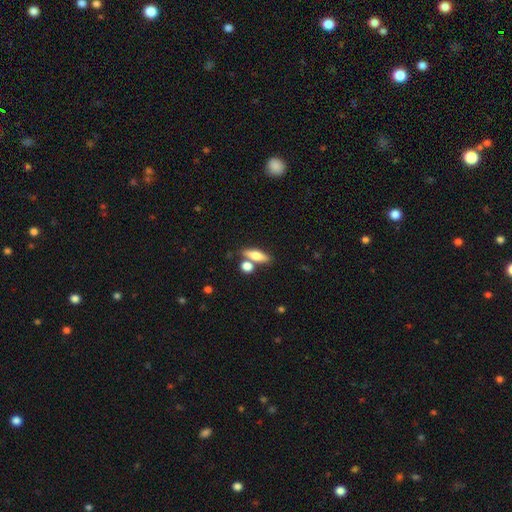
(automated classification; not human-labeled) Smooth or featured? smooth (70%)
How rounded? in between (53%)
Merging? none (61%)